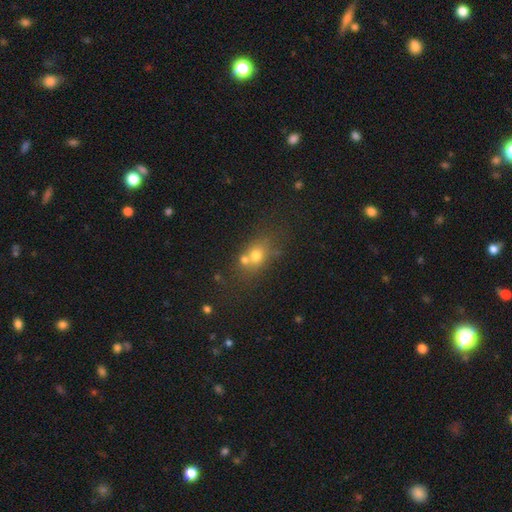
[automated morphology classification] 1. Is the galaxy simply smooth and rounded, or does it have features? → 65% smooth, 18% featured or disk, 17% star or artifact.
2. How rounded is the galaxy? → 55% round, 43% in between, 3% cigar-shaped.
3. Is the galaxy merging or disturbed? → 47% none, 37% merger, 11% minor disturbance, 5% major disturbance.